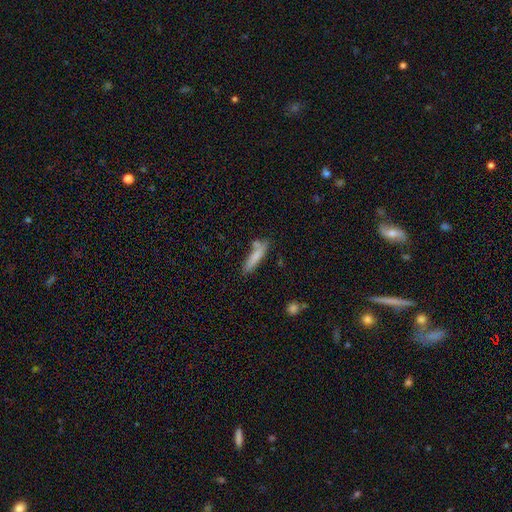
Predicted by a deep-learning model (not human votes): smooth_or_featured: smooth (p=0.78) [alt: featured or disk p=0.15]
how_rounded: cigar-shaped (p=0.83) [alt: in between p=0.16]
merging: none (p=0.68) [alt: minor disturbance p=0.16]